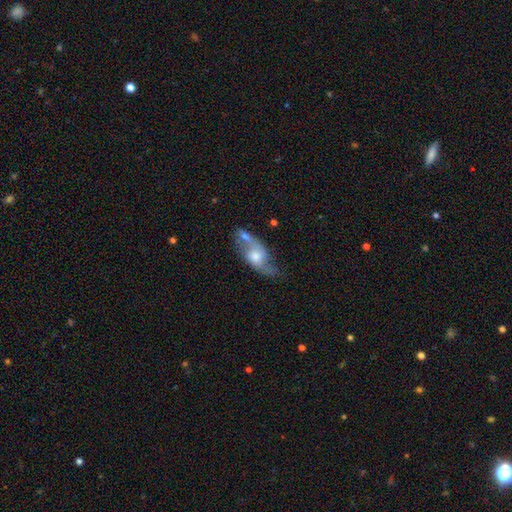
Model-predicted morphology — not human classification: featured or disk 67%, smooth 26%, star or artifact 7%. Down the decision tree: edge-on disk — no (84%); bar — no (67%); spiral arms — yes (80%); bulge size — moderate (57%); merging — none (46%).